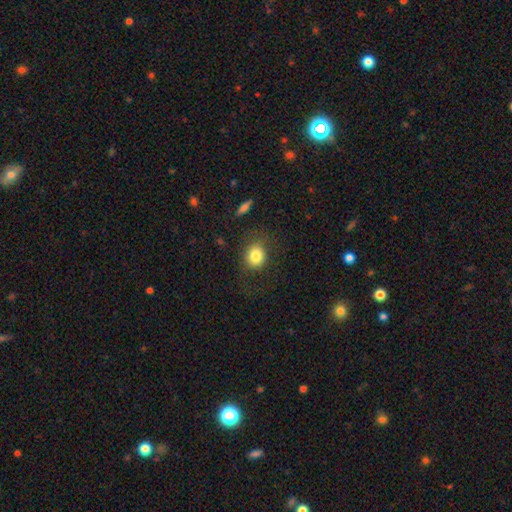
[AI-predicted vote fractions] This is clearly a smooth galaxy (82%). How rounded: likely round (67%). Merging: likely none (70%).